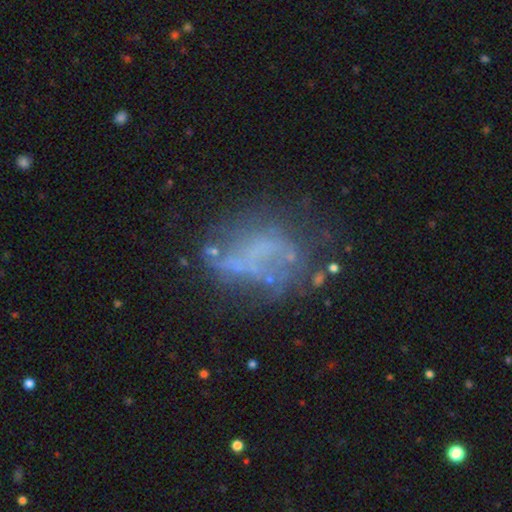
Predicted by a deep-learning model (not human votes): smooth-or-featured: featured or disk: 55% | smooth: 26% | star or artifact: 19%
  disk-edge-on: no: 97% | yes: 3%
    bar: no: 82% | weak: 11% | strong: 6%
    has-spiral-arms: no: 87% | yes: 13%
    bulge-size: none: 81% | small: 10% | moderate: 5% | large: 2% | dominant: 1%
  merging: none: 46% | major disturbance: 25% | minor disturbance: 20% | merger: 9%